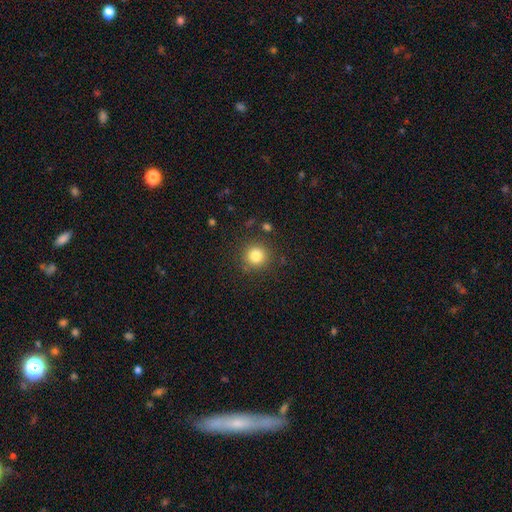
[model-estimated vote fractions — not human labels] Overall: smooth (82%). How rounded: round (93%). Merging: none (87%).